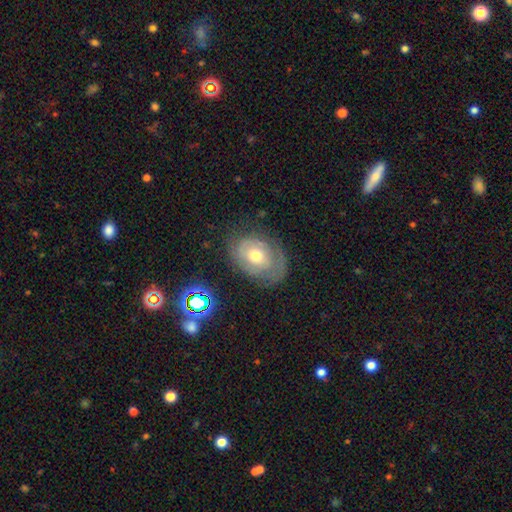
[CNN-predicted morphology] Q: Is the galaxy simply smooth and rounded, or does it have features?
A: featured or disk — 57%.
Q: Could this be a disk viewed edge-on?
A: no — 94%.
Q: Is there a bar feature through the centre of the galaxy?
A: no — 78%.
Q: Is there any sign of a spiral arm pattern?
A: yes — 63%.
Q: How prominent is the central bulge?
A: moderate — 69%.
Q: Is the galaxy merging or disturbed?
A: none — 61%.